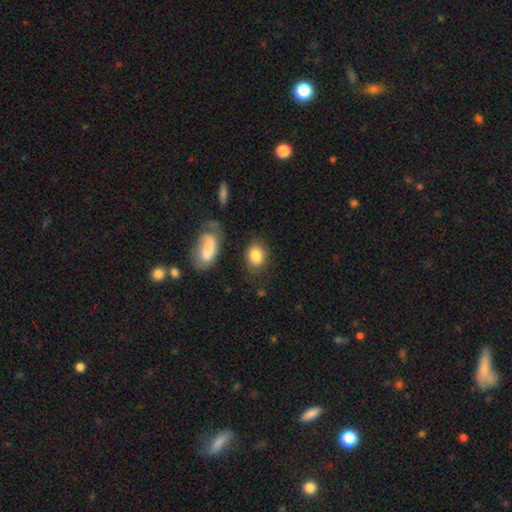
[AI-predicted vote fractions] Q: Smooth or featured?
A: smooth (86%); runner-up: star or artifact (7%)
Q: How rounded?
A: in between (62%); runner-up: round (36%)
Q: Merging?
A: none (74%); runner-up: minor disturbance (14%)